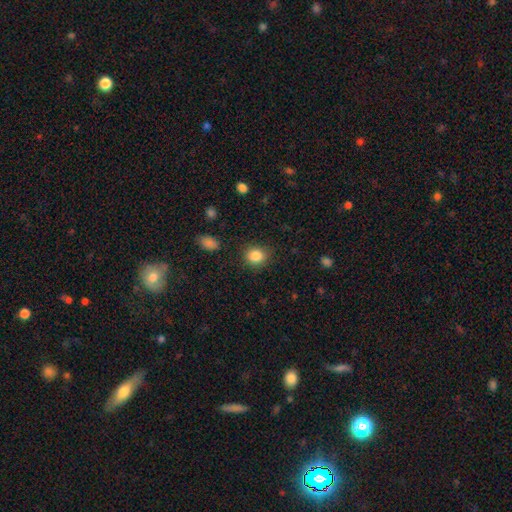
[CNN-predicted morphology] Overall: smooth (85%). How rounded: round (75%). Merging: none (86%).